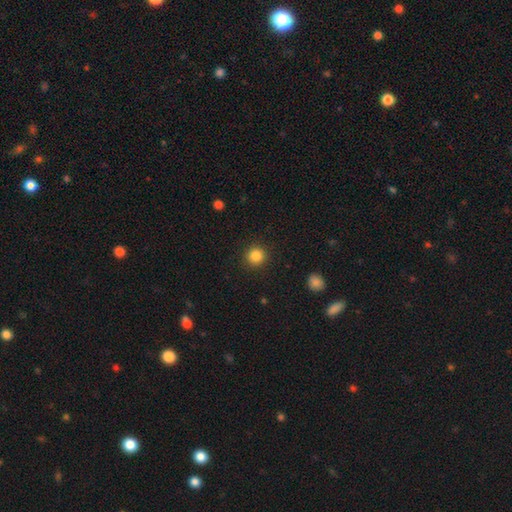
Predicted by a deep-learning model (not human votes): This appears to be a smooth galaxy with no disk features (86%) that is round (93%). Merging: none (91%).